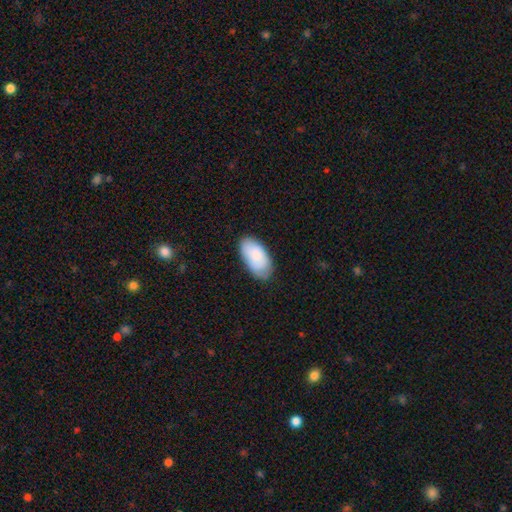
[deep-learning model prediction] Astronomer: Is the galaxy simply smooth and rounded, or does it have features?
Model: smooth — 82%.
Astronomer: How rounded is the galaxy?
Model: in between — 96%.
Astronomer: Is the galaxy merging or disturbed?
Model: none — 74%.